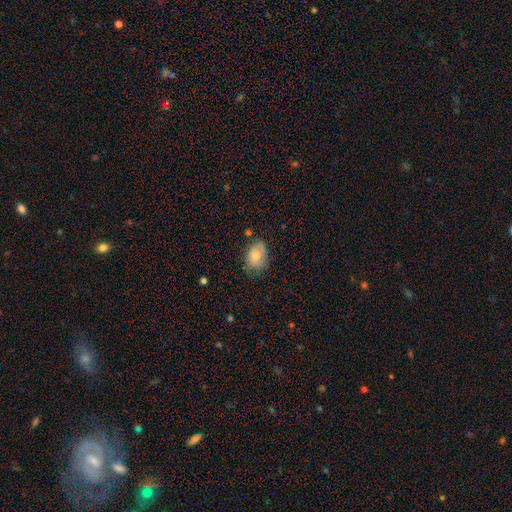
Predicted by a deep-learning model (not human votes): This is likely a smooth galaxy (74%). How rounded: likely in between (77%). Merging: possibly none (58%).